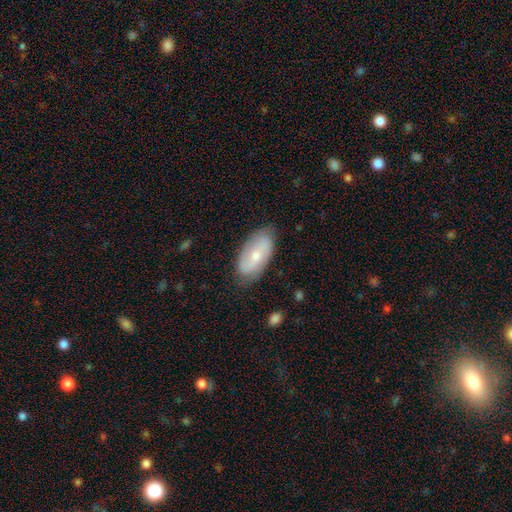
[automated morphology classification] type=featured or disk (47%, tied with smooth); merging=none (78%).